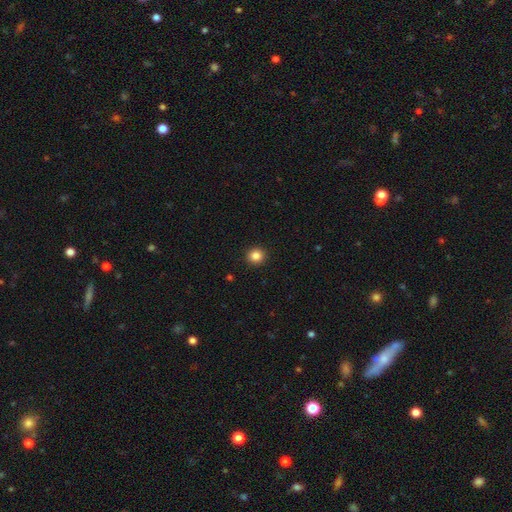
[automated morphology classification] This appears to be a smooth galaxy with no disk features (85%) that is round (91%). Merging: none (93%).